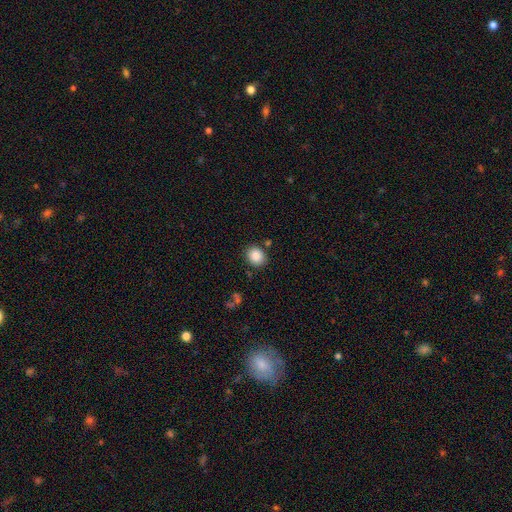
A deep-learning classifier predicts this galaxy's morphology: smooth-or-featured: smooth: 86% | star or artifact: 9% | featured or disk: 5%
  how-rounded: round: 66% | in between: 33% | cigar-shaped: 1%
  merging: none: 84% | minor disturbance: 9% | merger: 4% | major disturbance: 3%